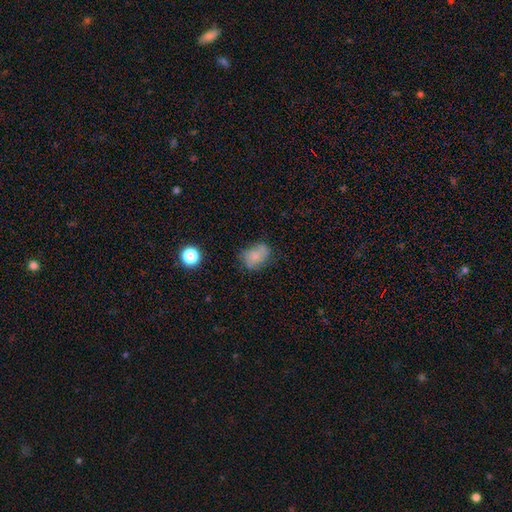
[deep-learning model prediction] A smooth galaxy with no disk features (67%) that is in between round and cigar-shaped (67%).

Vote fractions:
- Smooth or featured? smooth: 67% / featured or disk: 23% / star or artifact: 11%
- How rounded? in between: 67% / round: 32% / cigar-shaped: 1%
- Merging? none: 58% / minor disturbance: 29% / major disturbance: 10% / merger: 4%